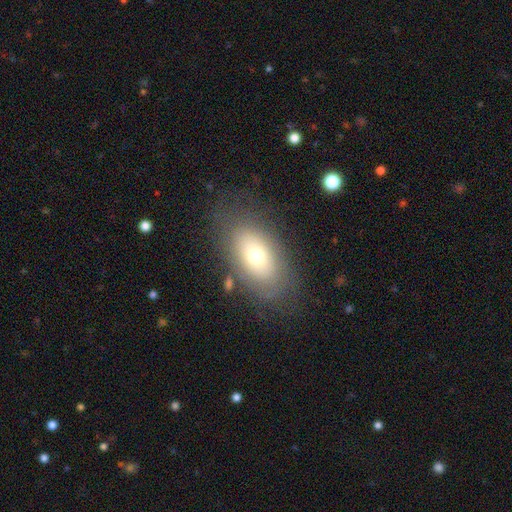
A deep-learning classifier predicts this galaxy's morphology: Smooth or featured? smooth (63%)
How rounded? in between (90%)
Merging? none (75%)